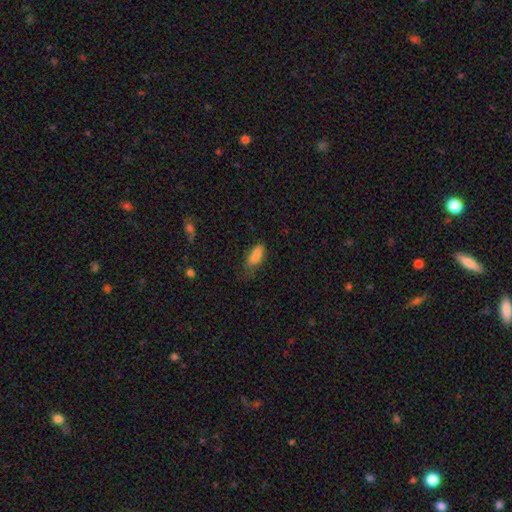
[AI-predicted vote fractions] Smooth or featured? Predicted: smooth (p=0.78). How rounded? Predicted: in between (p=0.77). Merging? Predicted: none (p=0.42).